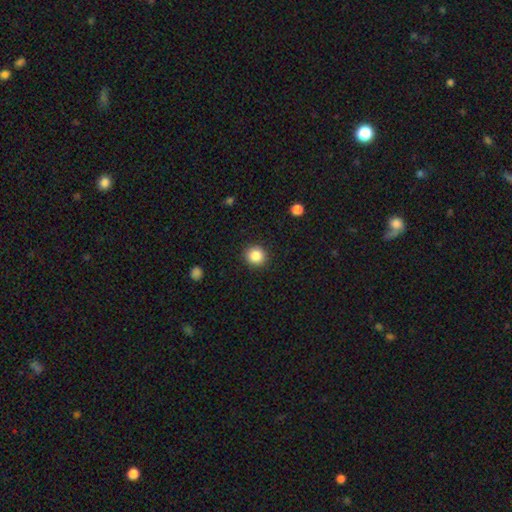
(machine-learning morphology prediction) Smooth or featured? smooth (86%)
How rounded? round (91%)
Merging? none (91%)